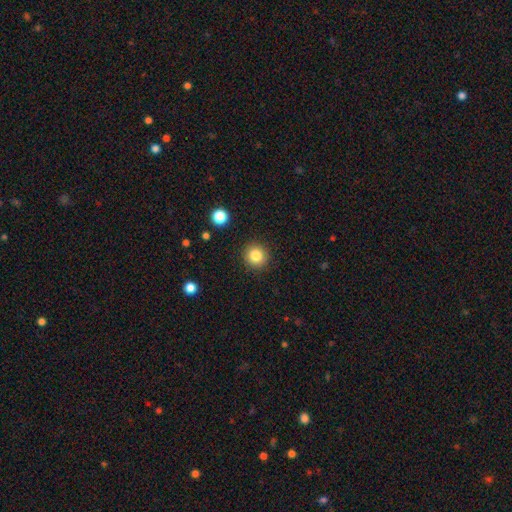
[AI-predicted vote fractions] Smooth or featured? smooth (83%)
How rounded? round (94%)
Merging? none (91%)